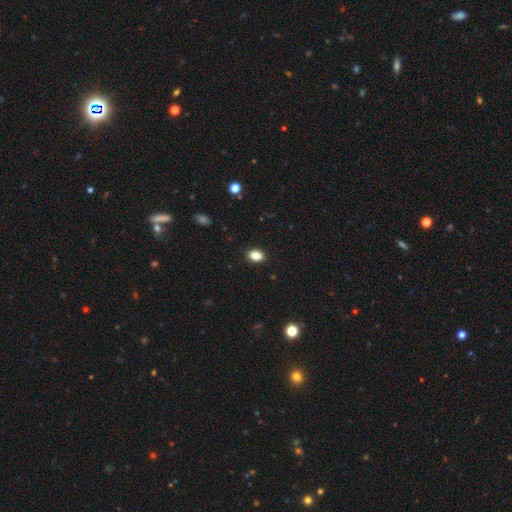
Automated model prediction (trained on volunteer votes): This is clearly a smooth galaxy (87%). How rounded: clearly in between (80%). Merging: clearly none (90%).